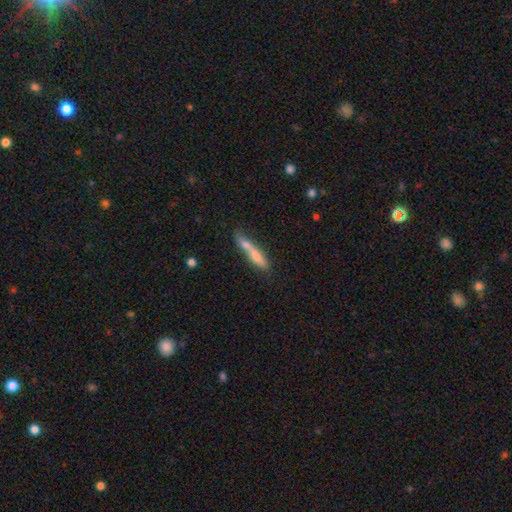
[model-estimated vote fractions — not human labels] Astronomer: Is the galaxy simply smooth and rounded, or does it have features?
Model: smooth — 65%.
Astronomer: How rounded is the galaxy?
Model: cigar-shaped — 83%.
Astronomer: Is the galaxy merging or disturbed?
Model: none — 43% (runner-up: merger, 34%).